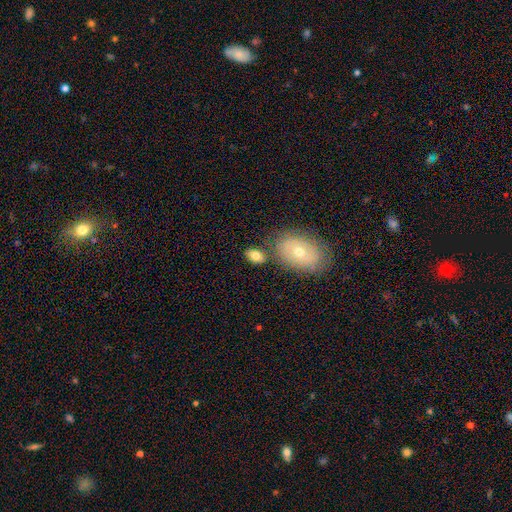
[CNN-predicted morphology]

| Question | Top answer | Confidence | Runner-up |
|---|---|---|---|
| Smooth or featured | smooth | 75% | featured or disk (16%) |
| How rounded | in between | 84% | round (14%) |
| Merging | none | 68% | minor disturbance (14%) |